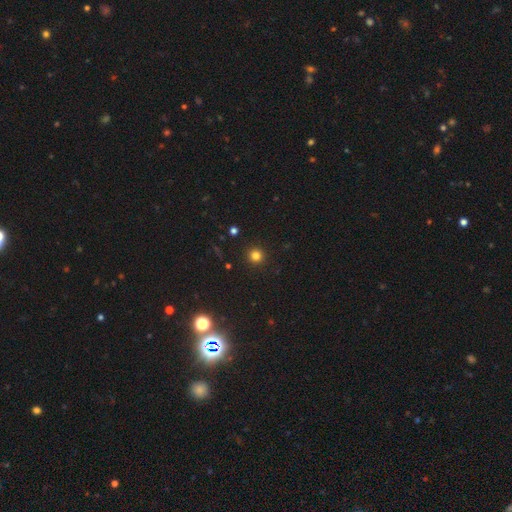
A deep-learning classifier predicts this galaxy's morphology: Smooth or featured: smooth — 80% (star or artifact — 16%)
How rounded: round — 95% (in between — 4%)
Merging: none — 93% (minor disturbance — 4%)